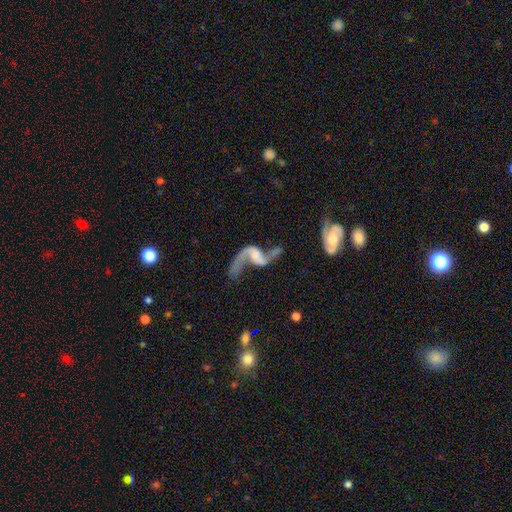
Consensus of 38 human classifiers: featured or disk 95%, smooth 5%, star or artifact 0%. Down the decision tree: edge-on disk — no (97%); bar — weak (40%); spiral arms — yes (91%); spiral arm count — 2 (100%); spiral winding — loose (97%); bulge size — none (46%); merging — none (42%).